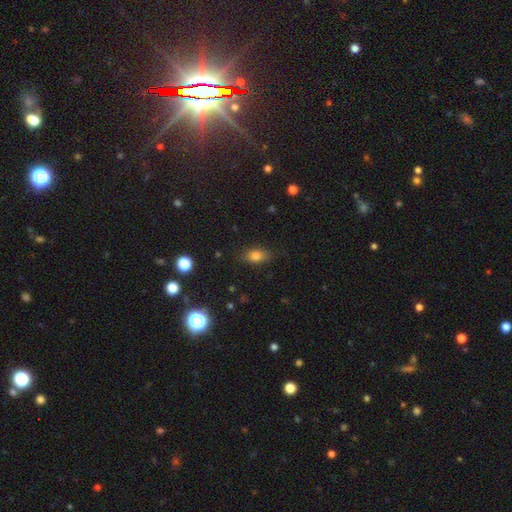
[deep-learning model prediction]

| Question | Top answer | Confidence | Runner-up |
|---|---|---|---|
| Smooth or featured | smooth | 78% | star or artifact (13%) |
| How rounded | in between | 77% | round (18%) |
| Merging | none | 79% | minor disturbance (15%) |